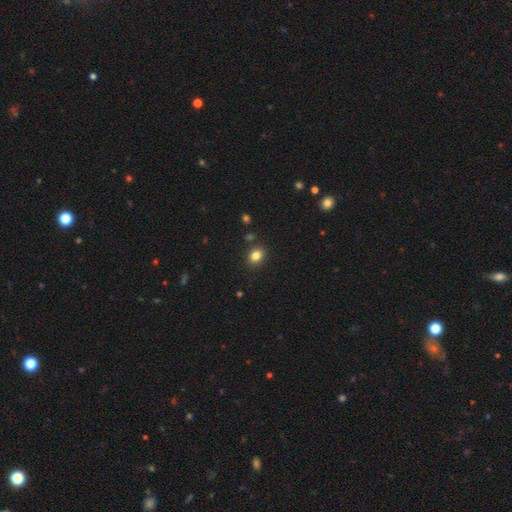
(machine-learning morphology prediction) Smooth or featured?
  - smooth: 83% *
  - star or artifact: 11%
  - featured or disk: 6%
How rounded?
  - in between: 58% *
  - round: 41%
  - cigar-shaped: 1%
Merging?
  - none: 86% *
  - minor disturbance: 9%
  - merger: 3%
  - major disturbance: 2%